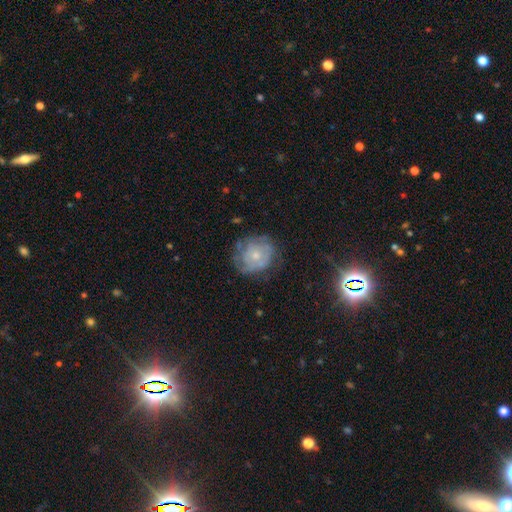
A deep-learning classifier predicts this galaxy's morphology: smooth_or_featured: featured or disk (p=0.47) [alt: smooth p=0.44]
merging: none (p=0.64) [alt: minor disturbance p=0.23]